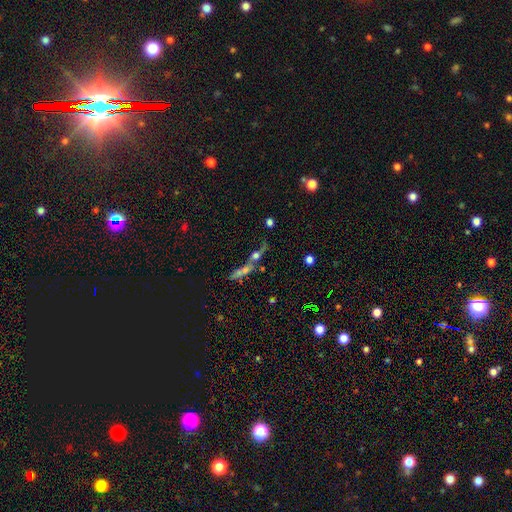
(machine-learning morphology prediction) A featured or disk galaxy (44%). Merging: merger (56%).